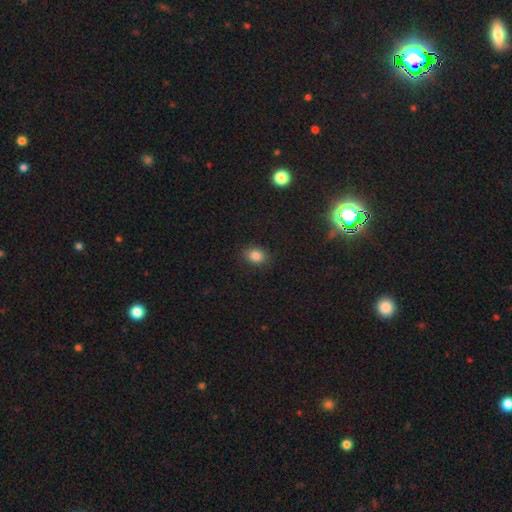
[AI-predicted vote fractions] Smooth or featured?
  - smooth: 83% *
  - star or artifact: 12%
  - featured or disk: 5%
How rounded?
  - in between: 51% *
  - round: 48%
  - cigar-shaped: 1%
Merging?
  - none: 86% *
  - minor disturbance: 10%
  - major disturbance: 3%
  - merger: 1%